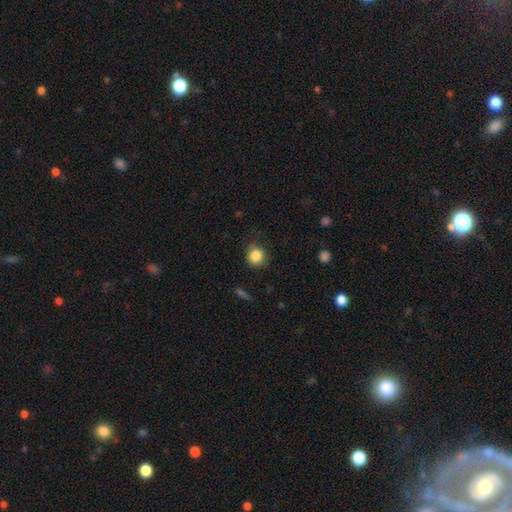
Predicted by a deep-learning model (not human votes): Overall: smooth (85%). How rounded: round (86%). Merging: none (77%).